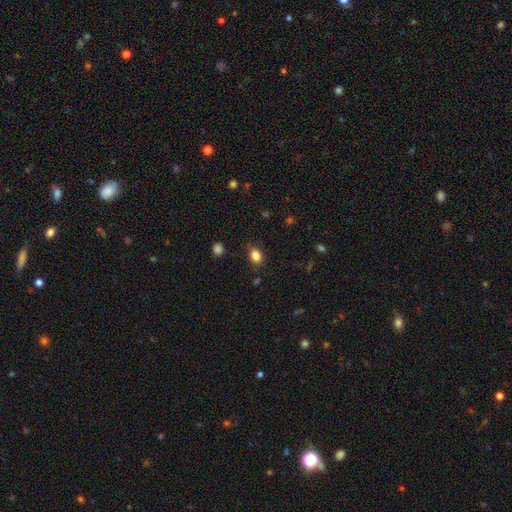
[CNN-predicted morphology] Smooth or featured? Predicted: smooth (p=0.85). How rounded? Predicted: in between (p=0.60). Merging? Predicted: none (p=0.83).